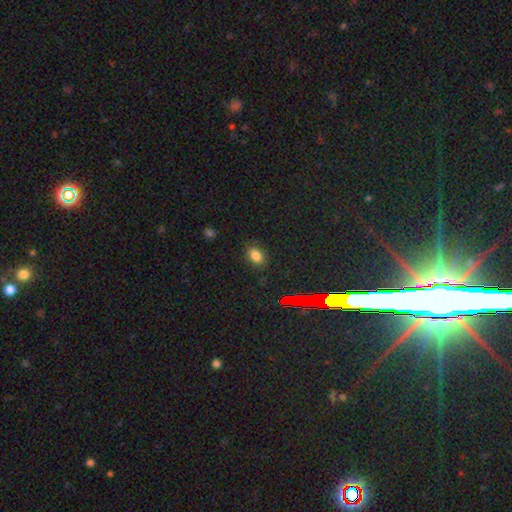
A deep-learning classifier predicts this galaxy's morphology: Smooth or featured? smooth (79%)
How rounded? in between (76%)
Merging? none (85%)